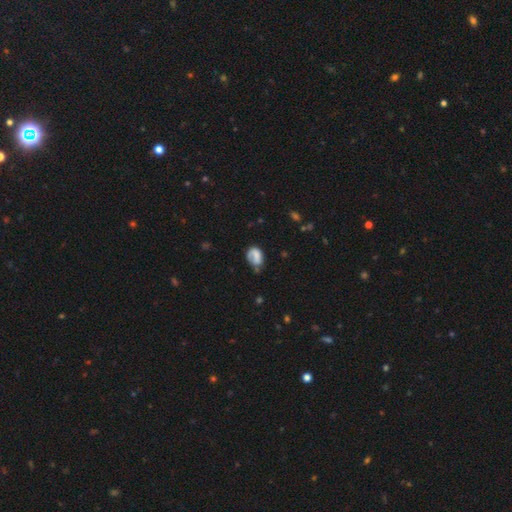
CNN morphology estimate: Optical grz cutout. It shows a smooth galaxy with no disk features (60%) that is in between round and cigar-shaped (72%). Merging: none (38%).